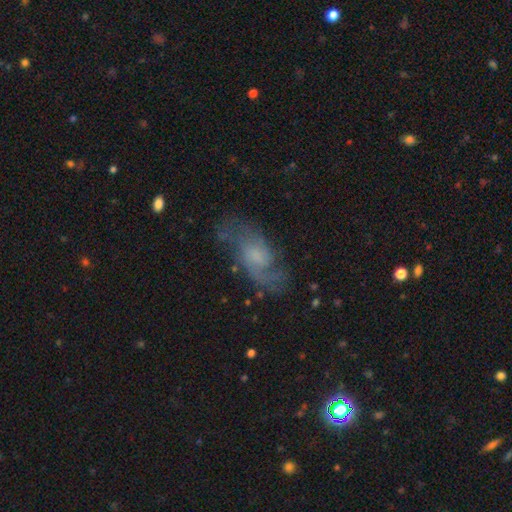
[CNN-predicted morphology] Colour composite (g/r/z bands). It shows a featured or disk galaxy (74%) with no bar (59%), 2 (75%) medium (48%) spiral arms (92%) and a small central bulge (35%). Merging: none (68%).